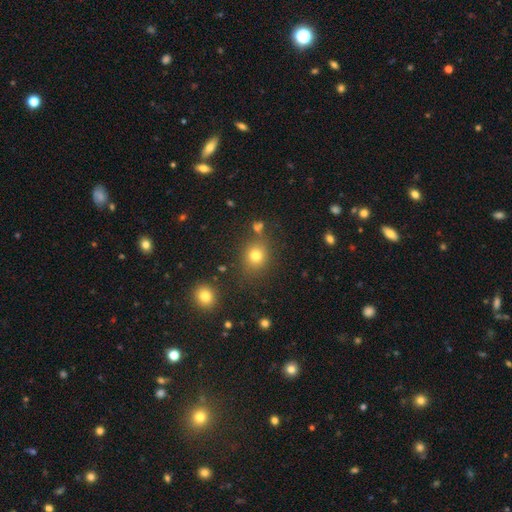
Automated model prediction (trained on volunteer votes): Q: Smooth or featured?
A: smooth (77%); runner-up: star or artifact (16%)
Q: How rounded?
A: round (76%); runner-up: in between (23%)
Q: Merging?
A: none (78%); runner-up: minor disturbance (11%)